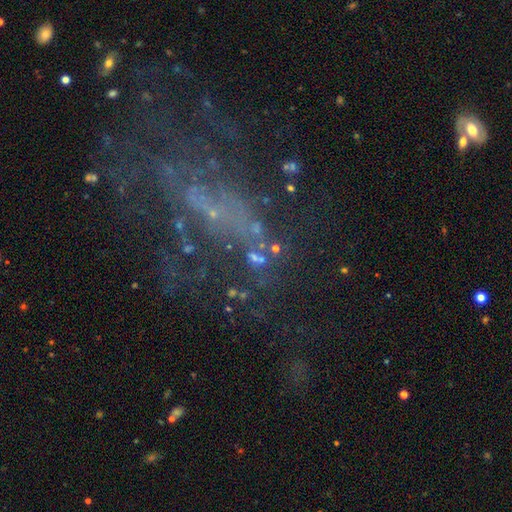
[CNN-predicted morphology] Smooth or featured: featured or disk — 48% (star or artifact — 33%)
Merging: none — 44% (major disturbance — 28%)